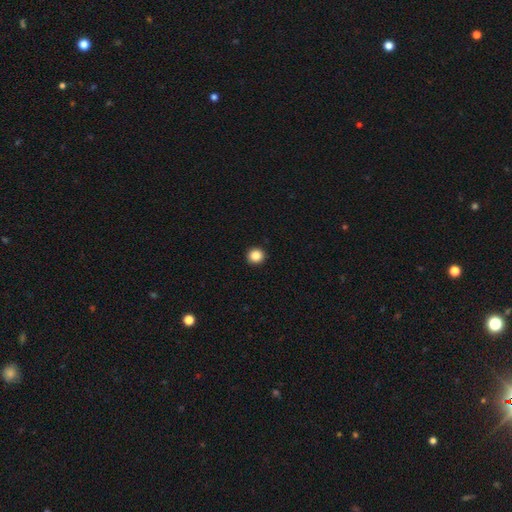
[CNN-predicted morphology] smooth-or-featured: smooth: 86% | star or artifact: 10% | featured or disk: 3%
  how-rounded: round: 94% | in between: 5% | cigar-shaped: 1%
  merging: none: 94% | minor disturbance: 4% | major disturbance: 1% | merger: 1%